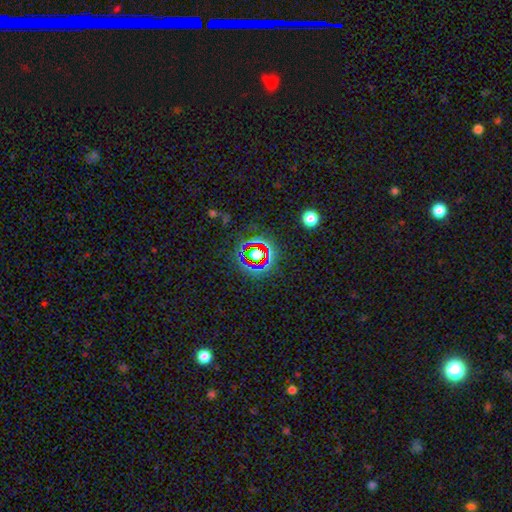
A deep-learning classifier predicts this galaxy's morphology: Smooth or featured?
  - star or artifact: 68% *
  - smooth: 20%
  - featured or disk: 12%